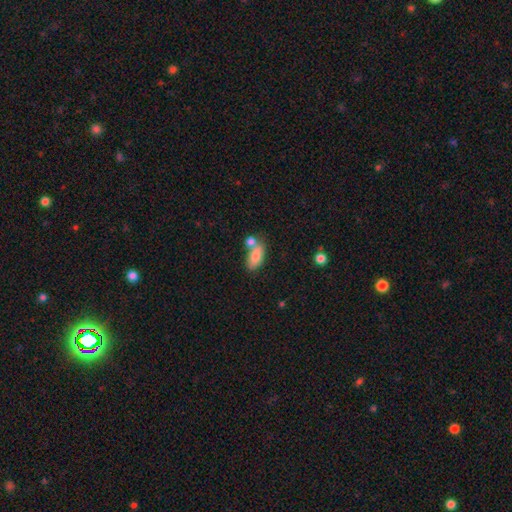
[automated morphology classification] This appears to be a smooth galaxy with no disk features (82%) that is in between round and cigar-shaped (86%). Merging: none (49%).